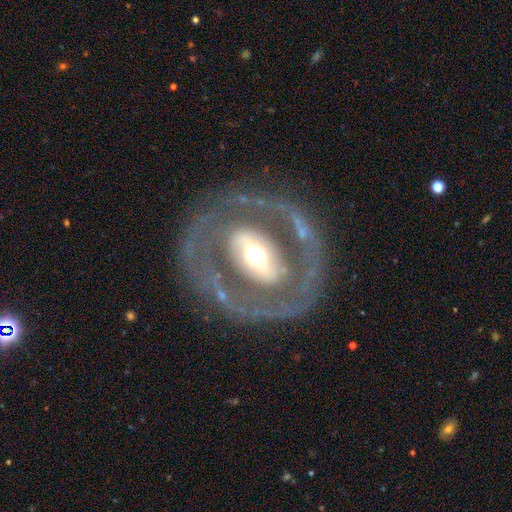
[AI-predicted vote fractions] featured or disk 83%, smooth 11%, star or artifact 6%. Down the decision tree: edge-on disk — no (93%); bar — strong (42%); spiral arms — yes (77%); spiral arm count — 2 (72%); spiral winding — medium (42%); bulge size — moderate (52%); merging — none (75%).